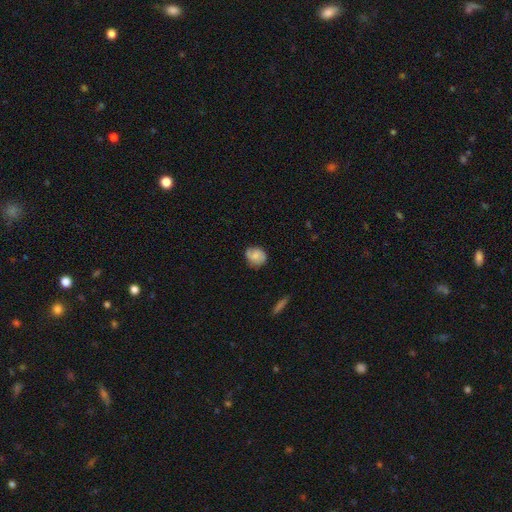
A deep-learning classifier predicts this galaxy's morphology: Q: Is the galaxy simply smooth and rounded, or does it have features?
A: smooth — 62%.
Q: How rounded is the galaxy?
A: round — 70%.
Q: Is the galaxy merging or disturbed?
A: none — 71%.